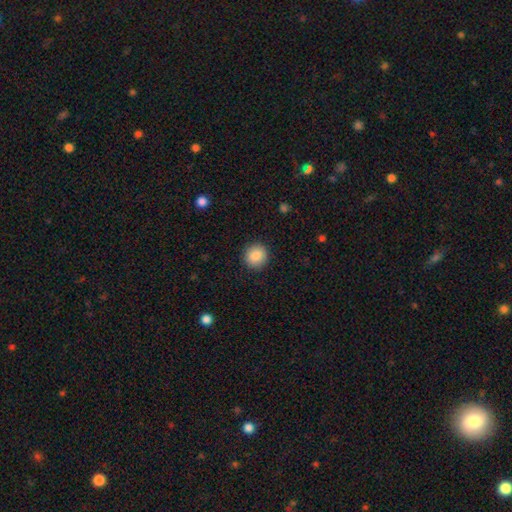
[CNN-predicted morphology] smooth_or_featured: smooth (p=0.87) [alt: star or artifact p=0.08]
how_rounded: round (p=0.91) [alt: in between p=0.09]
merging: none (p=0.91) [alt: minor disturbance p=0.06]